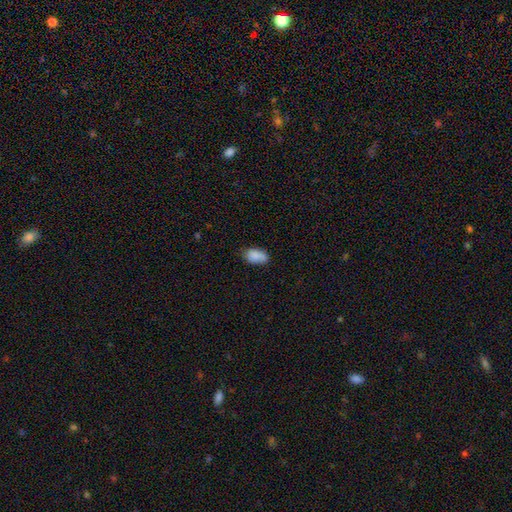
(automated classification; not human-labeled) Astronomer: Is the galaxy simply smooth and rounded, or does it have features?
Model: smooth — 87%.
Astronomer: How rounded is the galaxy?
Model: in between — 92%.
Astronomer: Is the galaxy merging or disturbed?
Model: none — 72%.